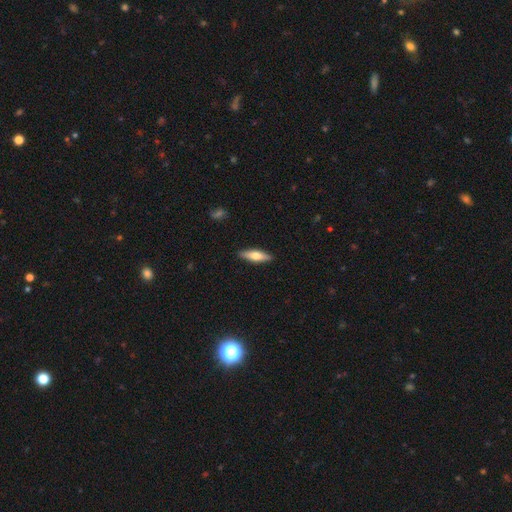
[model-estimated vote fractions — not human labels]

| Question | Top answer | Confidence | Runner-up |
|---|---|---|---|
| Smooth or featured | smooth | 58% | featured or disk (37%) |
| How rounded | cigar-shaped | 62% | in between (36%) |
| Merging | none | 90% | minor disturbance (7%) |